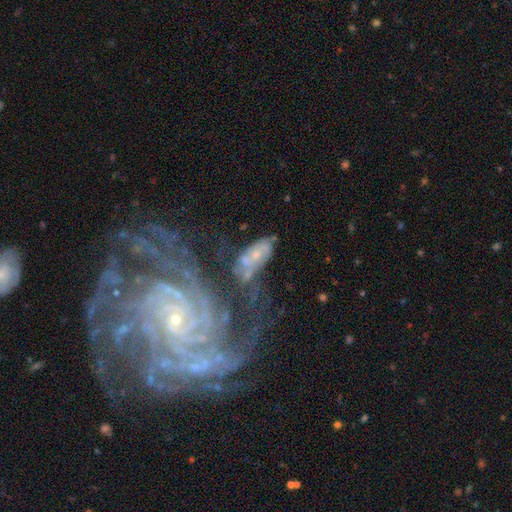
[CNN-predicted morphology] A featured or disk galaxy (71%) with no bar (66%), tight (62%) spiral arms (85%) and a small central bulge (68%).

Vote fractions:
- Smooth or featured? featured or disk: 71% / smooth: 18% / star or artifact: 11%
- Edge-on disk? no: 94% / yes: 6%
- Bar? no: 66% / weak: 24% / strong: 11%
- Spiral arms? yes: 85% / no: 15%
- Spiral winding? tight: 62% / medium: 28% / loose: 11%
- Spiral arm count? can't tell: 38% / 2: 27% / 3: 14% / 4: 8% / more than 4: 6% / 1: 6%
- Bulge size? small: 68% / moderate: 23% / none: 5% / large: 2% / dominant: 1%
- Merging? none: 35% / merger: 27% / minor disturbance: 20% / major disturbance: 18%